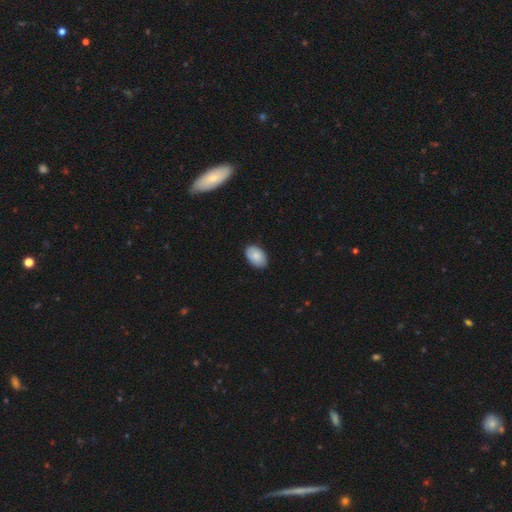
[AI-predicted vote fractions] Smooth or featured: smooth — 87% (featured or disk — 7%)
How rounded: in between — 93% (round — 6%)
Merging: none — 87% (minor disturbance — 10%)